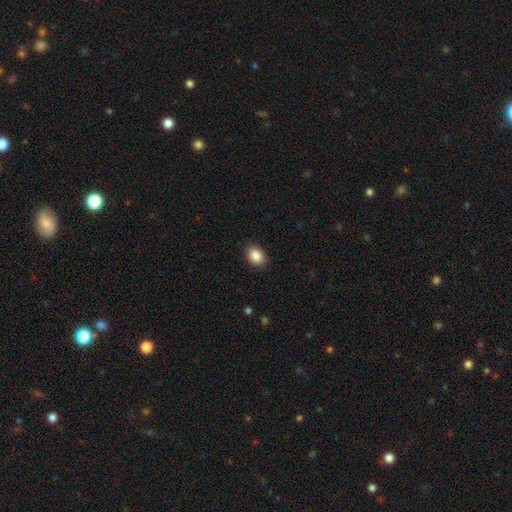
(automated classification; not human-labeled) This is clearly a smooth galaxy (88%). How rounded: likely in between (68%). Merging: clearly none (88%).